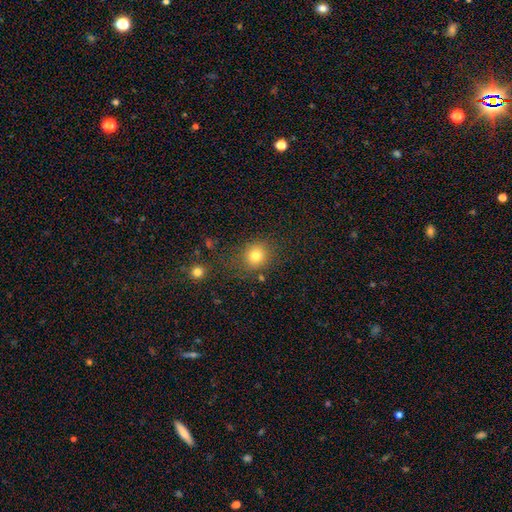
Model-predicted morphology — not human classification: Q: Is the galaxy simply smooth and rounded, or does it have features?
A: smooth — 78%.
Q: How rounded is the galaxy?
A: round — 82%.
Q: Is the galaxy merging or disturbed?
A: none — 77%.